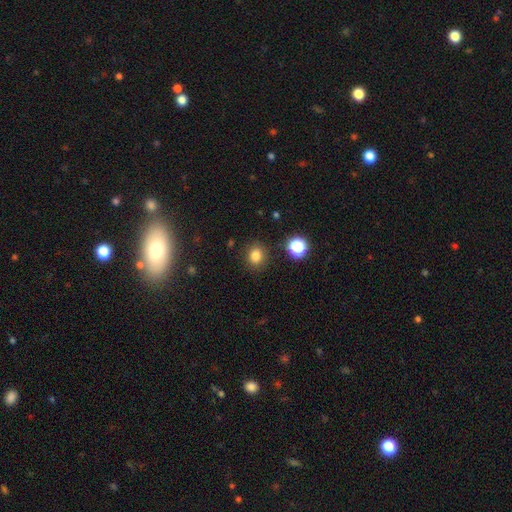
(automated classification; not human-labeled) Smooth or featured? smooth (81%)
How rounded? round (75%)
Merging? none (87%)